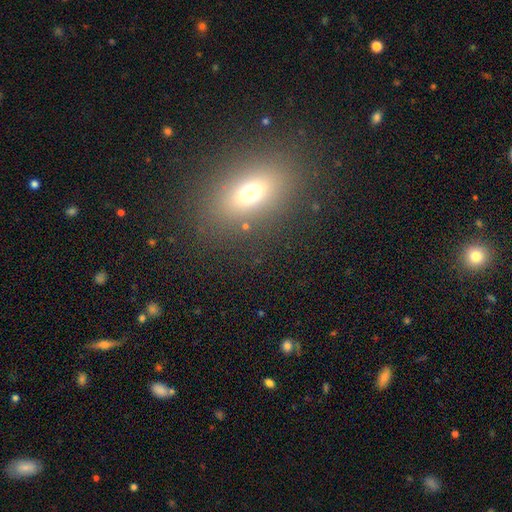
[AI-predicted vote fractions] This is likely a smooth galaxy (65%). How rounded: likely in between (75%). Merging: clearly none (88%).